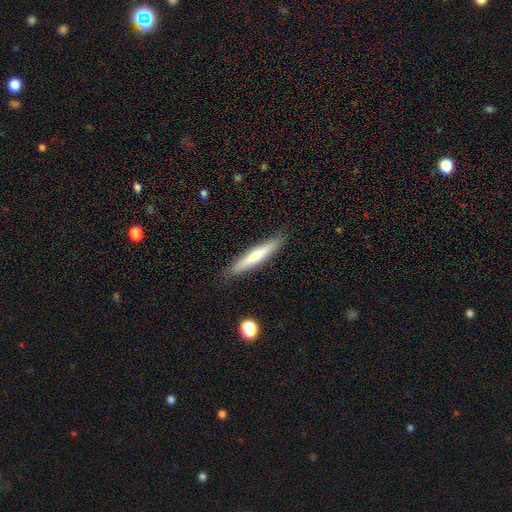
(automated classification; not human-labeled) Smooth or featured? Predicted: smooth (p=0.67). How rounded? Predicted: cigar-shaped (p=0.93). Merging? Predicted: none (p=0.88).